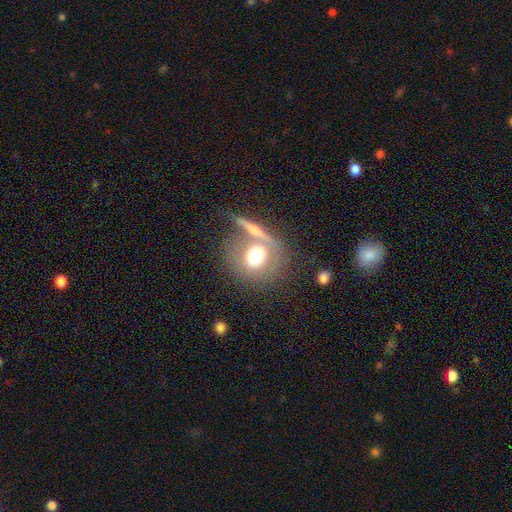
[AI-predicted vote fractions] This is possibly a smooth galaxy (57%). How rounded: likely round (80%). Merging: possibly none (55%).